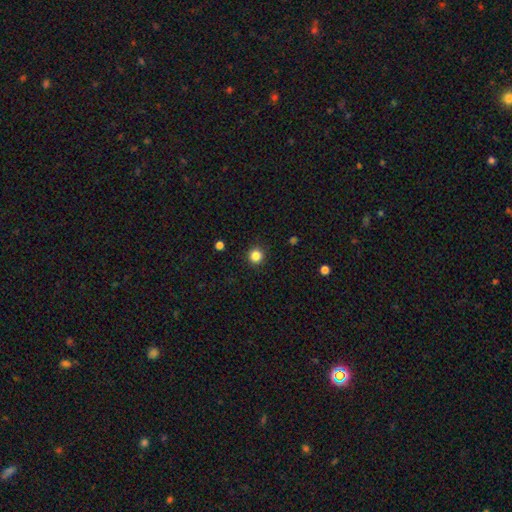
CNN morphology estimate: This appears to be a smooth galaxy with no disk features (85%) that is round (95%). Merging: none (92%).